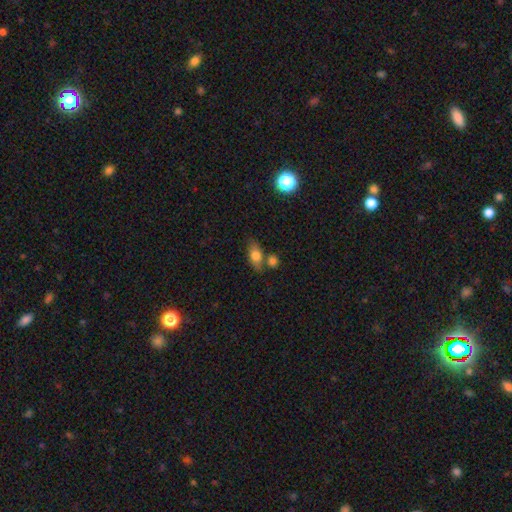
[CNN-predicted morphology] Smooth or featured? smooth (75%)
How rounded? in between (80%)
Merging? none (60%)